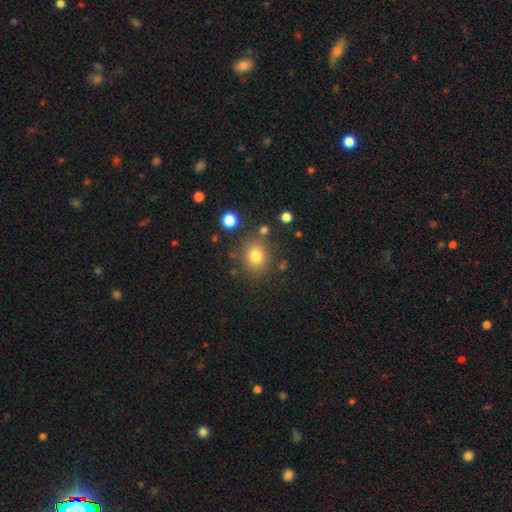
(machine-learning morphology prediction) The model was most divided on "how rounded": round: 73%, in between: 26%, cigar-shaped: 1%. More confident: merging — none (79%); smooth or featured — smooth (79%).